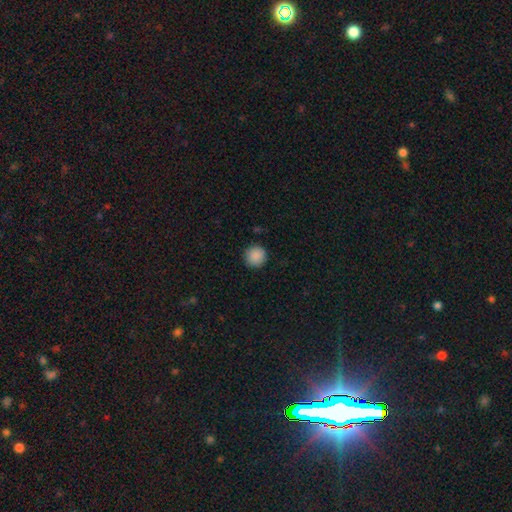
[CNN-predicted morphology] This appears to be a smooth galaxy with no disk features (89%) that is round (95%). Merging: none (90%).